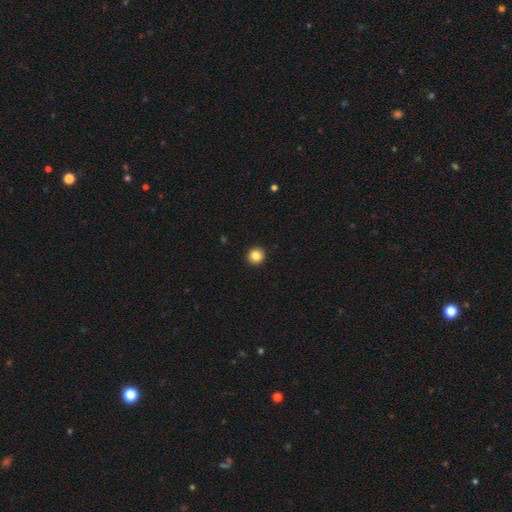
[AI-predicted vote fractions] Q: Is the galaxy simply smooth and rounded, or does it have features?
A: smooth — 86%.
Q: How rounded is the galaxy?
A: round — 93%.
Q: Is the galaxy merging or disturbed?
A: none — 93%.